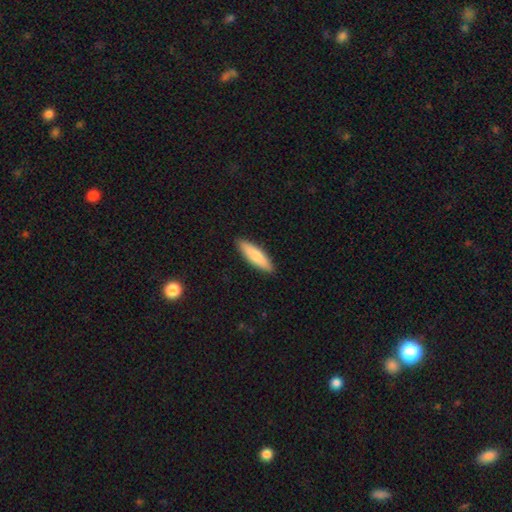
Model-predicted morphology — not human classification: Q: Smooth or featured?
A: smooth (81%); runner-up: featured or disk (14%)
Q: How rounded?
A: cigar-shaped (69%); runner-up: in between (30%)
Q: Merging?
A: none (90%); runner-up: minor disturbance (7%)